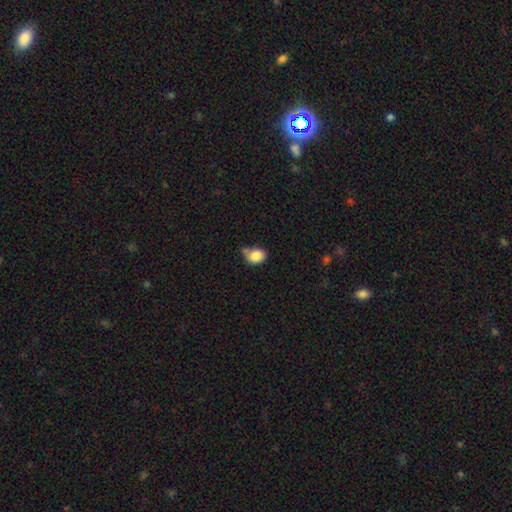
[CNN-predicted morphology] Smooth or featured?
  - smooth: 84% *
  - star or artifact: 9%
  - featured or disk: 7%
How rounded?
  - round: 50% *
  - in between: 49%
  - cigar-shaped: 1%
Merging?
  - none: 40% *
  - minor disturbance: 35%
  - merger: 14%
  - major disturbance: 11%